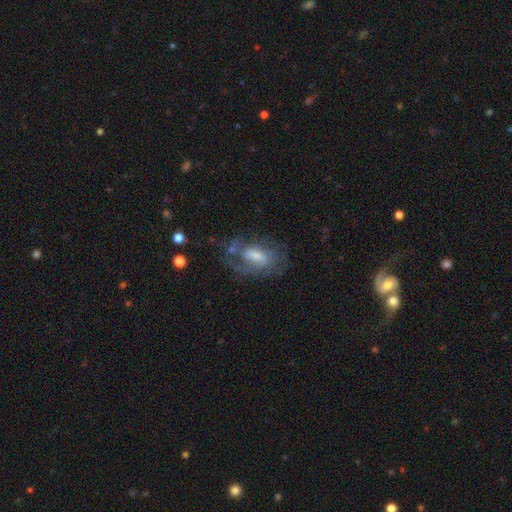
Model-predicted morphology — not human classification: smooth_or_featured: featured or disk (p=0.67) [alt: smooth p=0.25]
disk_edge_on: no (p=0.93) [alt: yes p=0.07]
bar: weak (p=0.47) [alt: no p=0.35]
has_spiral_arms: yes (p=0.80) [alt: no p=0.20]
bulge_size: moderate (p=0.44) [alt: small p=0.28]
merging: none (p=0.55) [alt: minor disturbance p=0.22]